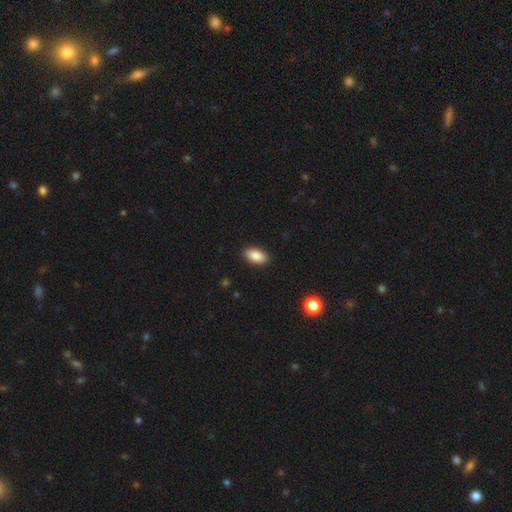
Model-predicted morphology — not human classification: Q: Smooth or featured?
A: smooth (88%); runner-up: star or artifact (7%)
Q: How rounded?
A: in between (92%); runner-up: cigar-shaped (5%)
Q: Merging?
A: none (90%); runner-up: minor disturbance (7%)